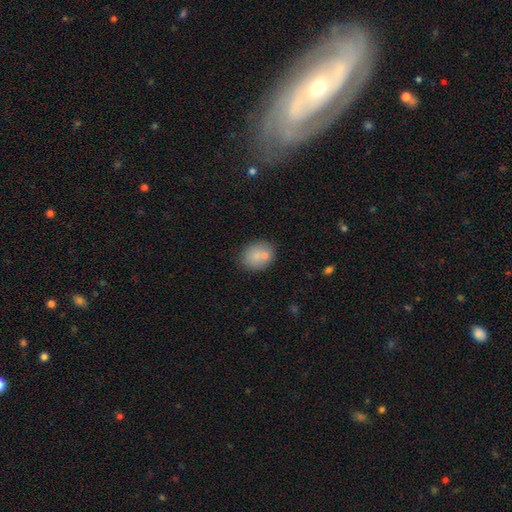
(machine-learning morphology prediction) The model was most divided on "how rounded": round: 54%, in between: 45%, cigar-shaped: 1%. More confident: smooth or featured — smooth (76%); merging — none (64%).